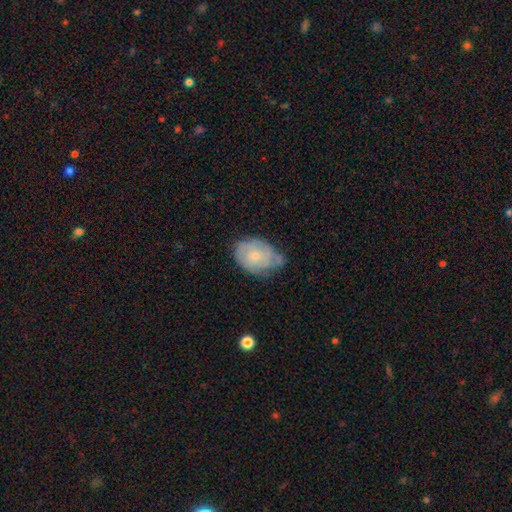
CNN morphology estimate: This is possibly a featured or disk galaxy (50%). Merging: marginally none (45%).